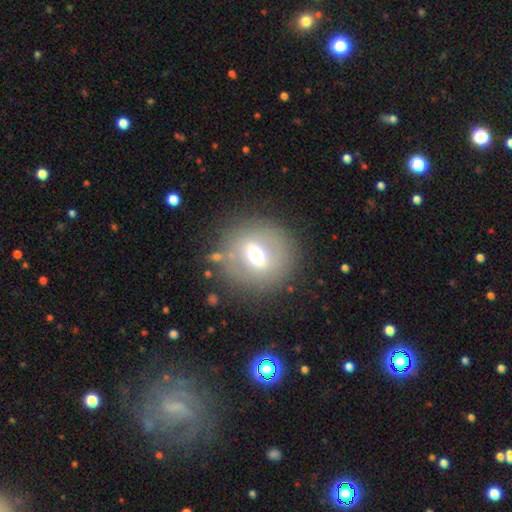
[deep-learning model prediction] Smooth or featured?
  - smooth: 49% *
  - featured or disk: 40%
  - star or artifact: 12%
Merging?
  - none: 80% *
  - minor disturbance: 10%
  - major disturbance: 6%
  - merger: 4%